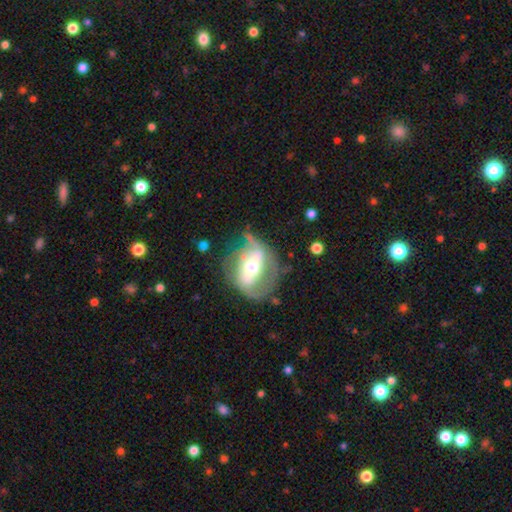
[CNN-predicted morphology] Smooth or featured? Predicted: featured or disk (p=0.74). Edge-on disk? Predicted: no (p=0.92). Bar? Predicted: strong (p=0.50). Spiral arms? Predicted: yes (p=0.65). Bulge size? Predicted: moderate (p=0.66). Merging? Predicted: none (p=0.57).